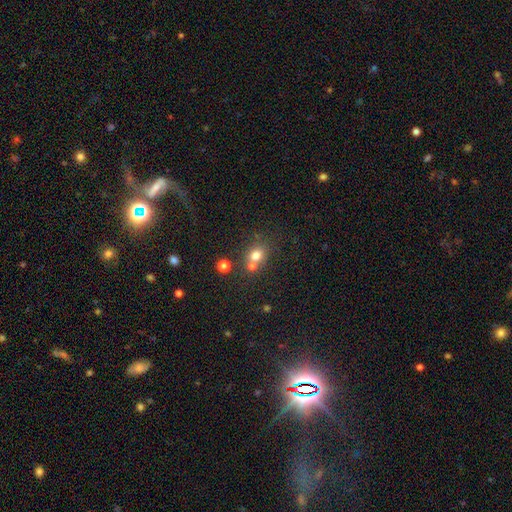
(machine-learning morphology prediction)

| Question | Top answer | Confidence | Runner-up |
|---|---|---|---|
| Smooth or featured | smooth | 73% | star or artifact (16%) |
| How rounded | round | 70% | in between (29%) |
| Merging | none | 52% | merger (34%) |